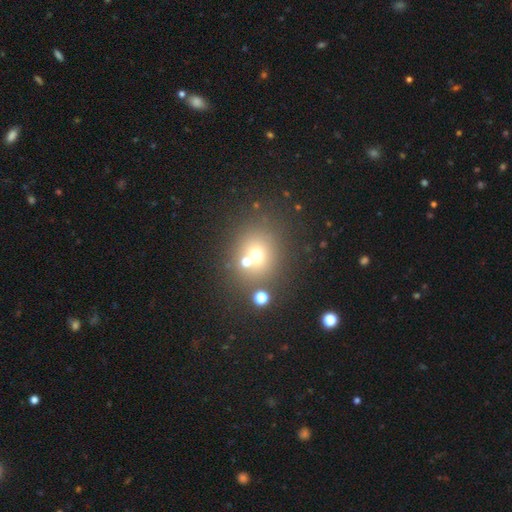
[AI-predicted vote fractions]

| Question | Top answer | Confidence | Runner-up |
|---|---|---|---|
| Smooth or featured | smooth | 64% | star or artifact (20%) |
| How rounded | round | 80% | in between (19%) |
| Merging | none | 60% | merger (27%) |